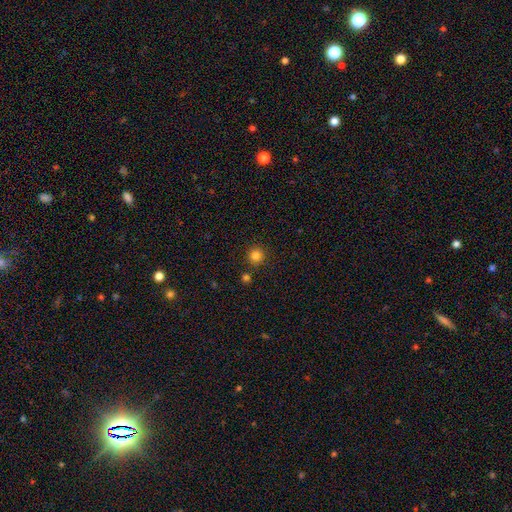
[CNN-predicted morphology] type=smooth (83%); roundness=round (94%); merging=none (87%).